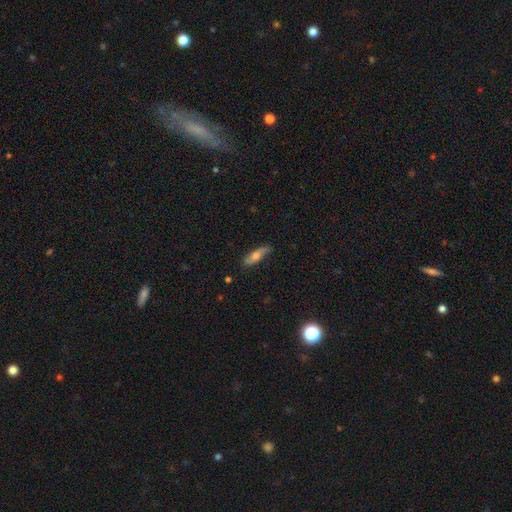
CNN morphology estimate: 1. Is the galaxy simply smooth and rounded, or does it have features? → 55% smooth, 38% featured or disk, 7% star or artifact.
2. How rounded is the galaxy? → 51% cigar-shaped, 46% in between, 3% round.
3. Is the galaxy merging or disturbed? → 76% none, 19% minor disturbance, 4% major disturbance, 2% merger.